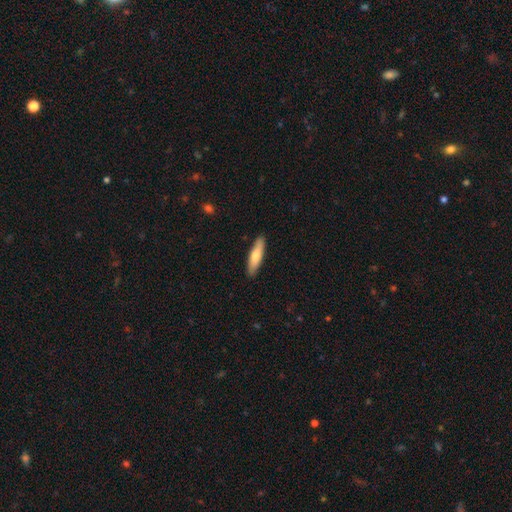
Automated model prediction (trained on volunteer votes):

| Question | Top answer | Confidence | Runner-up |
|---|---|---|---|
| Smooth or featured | smooth | 72% | featured or disk (23%) |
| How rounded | cigar-shaped | 73% | in between (26%) |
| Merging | none | 89% | minor disturbance (8%) |